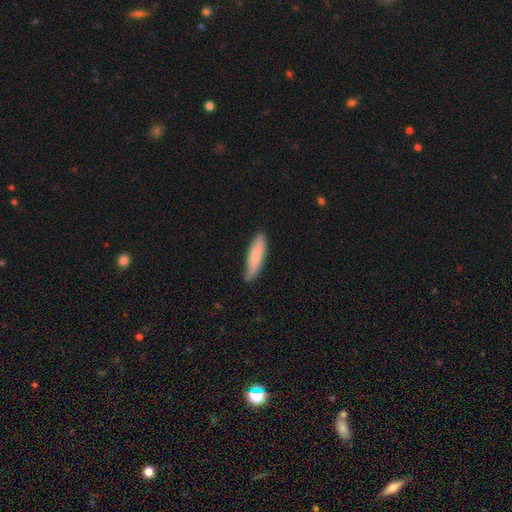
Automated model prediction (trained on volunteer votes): The model was most divided on "how rounded": cigar-shaped: 67%, in between: 31%, round: 2%. More confident: smooth or featured — smooth (75%); merging — none (72%).